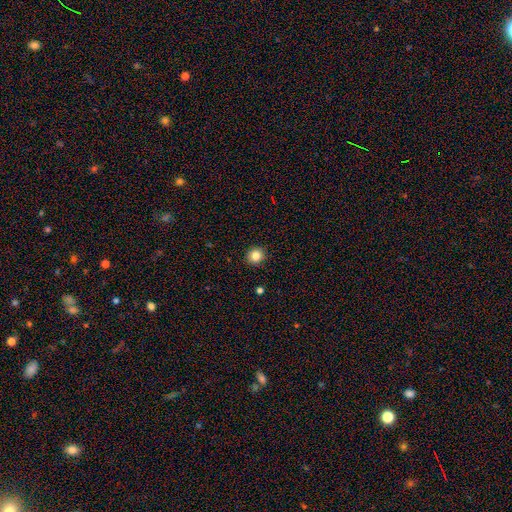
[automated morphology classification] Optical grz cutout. It shows a smooth galaxy with no disk features (84%) that is round (91%). Merging: none (92%).